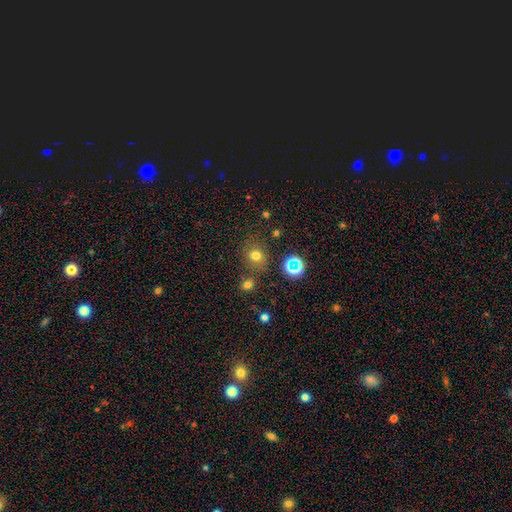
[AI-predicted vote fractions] Smooth or featured? smooth (70%)
How rounded? round (73%)
Merging? none (73%)